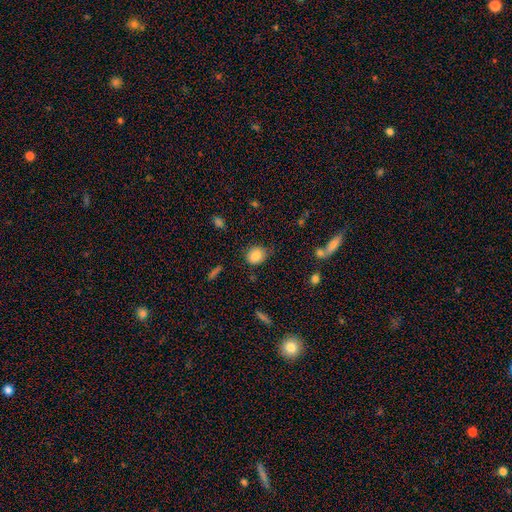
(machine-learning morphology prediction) type=smooth (83%); roundness=round (53%); merging=none (65%).